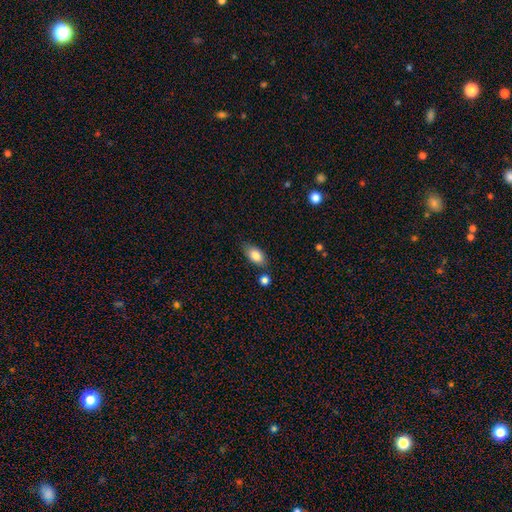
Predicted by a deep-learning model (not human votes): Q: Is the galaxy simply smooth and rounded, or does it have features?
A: smooth — 84%.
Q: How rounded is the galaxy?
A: in between — 90%.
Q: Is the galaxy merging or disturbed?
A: none — 70%.